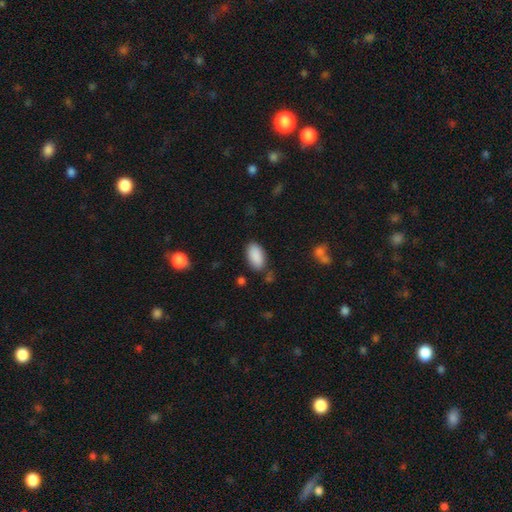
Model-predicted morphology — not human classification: A smooth galaxy with no disk features (89%) that is in between round and cigar-shaped (94%).

Vote fractions:
- Smooth or featured? smooth: 89% / star or artifact: 7% / featured or disk: 4%
- How rounded? in between: 94% / cigar-shaped: 3% / round: 3%
- Merging? none: 79% / minor disturbance: 15% / major disturbance: 4% / merger: 3%